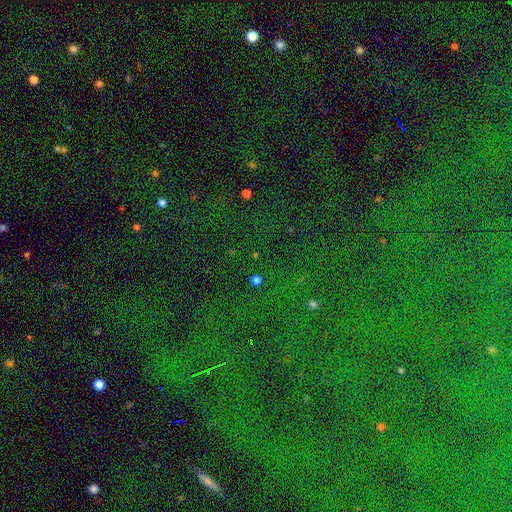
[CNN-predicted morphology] Smooth or featured? Predicted: star or artifact (p=0.77).